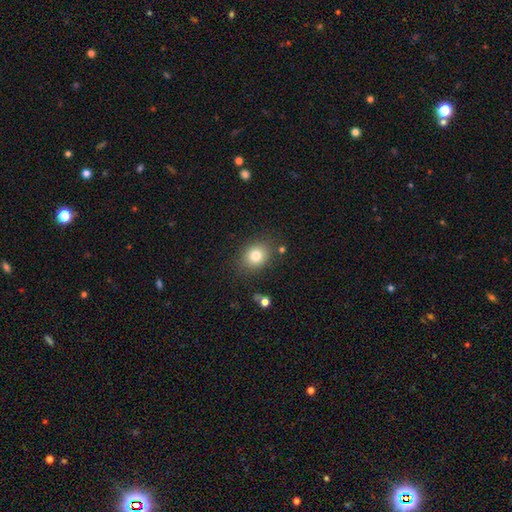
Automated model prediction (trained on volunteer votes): smooth-or-featured: smooth: 80% | star or artifact: 11% | featured or disk: 9%
  how-rounded: round: 58% | in between: 41% | cigar-shaped: 1%
  merging: none: 83% | minor disturbance: 11% | major disturbance: 4% | merger: 3%